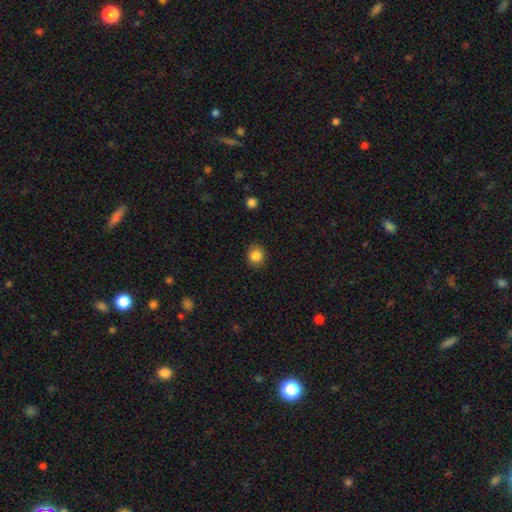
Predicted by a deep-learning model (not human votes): Smooth or featured: smooth — 86% (star or artifact — 10%)
How rounded: round — 80% (in between — 19%)
Merging: none — 88% (minor disturbance — 9%)